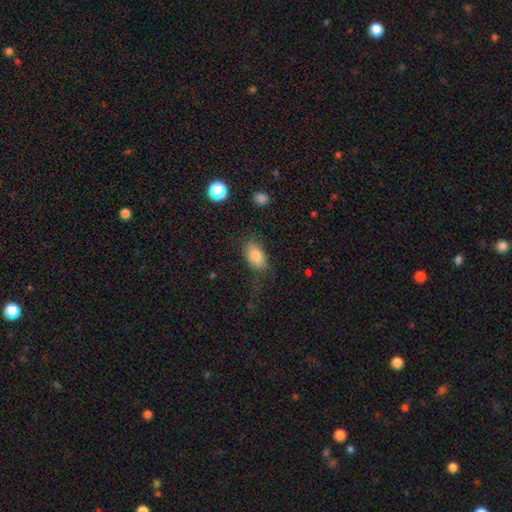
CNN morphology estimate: Overall: smooth (82%). How rounded: in between (89%). Merging: none (59%; minor disturbance 22%).